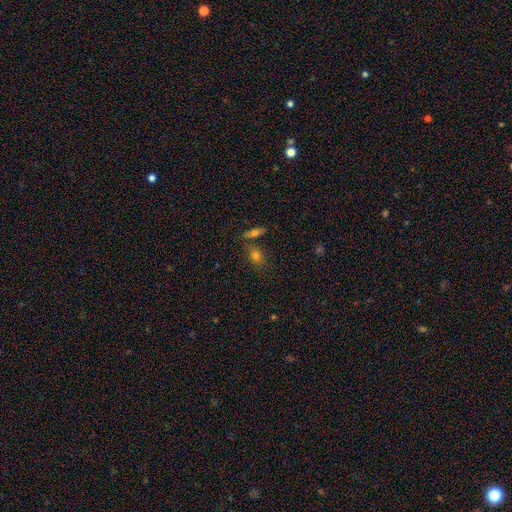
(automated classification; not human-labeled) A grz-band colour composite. It shows a smooth galaxy with no disk features (68%) that is in between round and cigar-shaped (68%). Merging: none (65%).